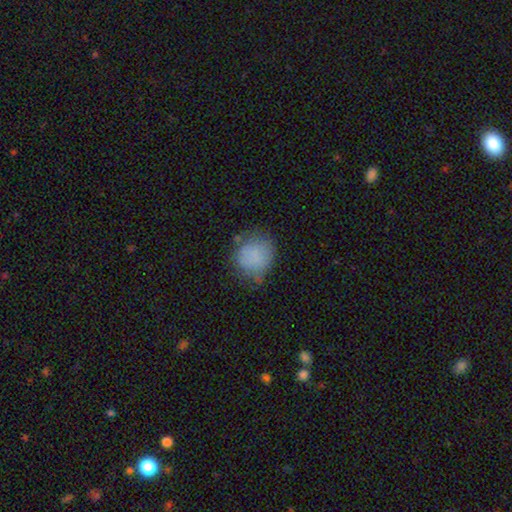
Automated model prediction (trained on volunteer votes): Q: Smooth or featured?
A: smooth (80%); runner-up: featured or disk (11%)
Q: How rounded?
A: round (76%); runner-up: in between (23%)
Q: Merging?
A: none (54%); runner-up: minor disturbance (32%)